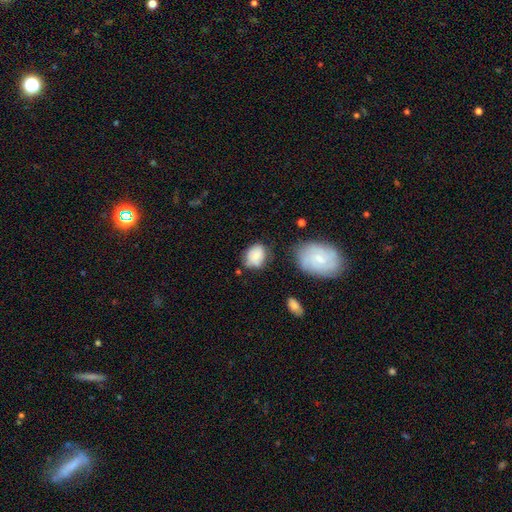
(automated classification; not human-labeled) This appears to be a smooth galaxy with no disk features (71%) that is in between round and cigar-shaped (53%). Merging: none (58%).